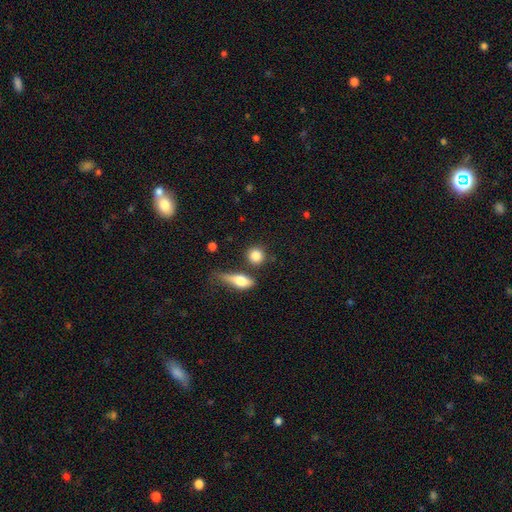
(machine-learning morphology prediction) smooth 84%, star or artifact 8%, featured or disk 8%. Down the decision tree: how rounded — round (83%); merging — none (72%).